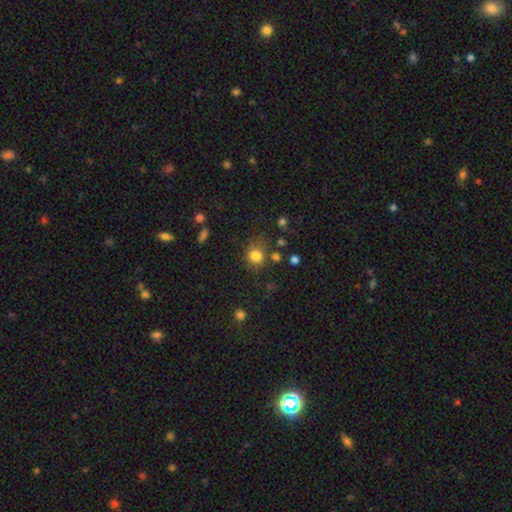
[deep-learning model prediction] smooth-or-featured: smooth: 81% | star or artifact: 13% | featured or disk: 6%
  how-rounded: round: 74% | in between: 25% | cigar-shaped: 1%
  merging: none: 67% | minor disturbance: 19% | major disturbance: 8% | merger: 7%